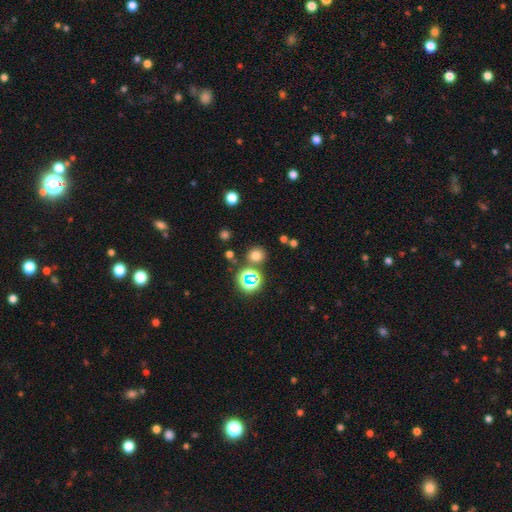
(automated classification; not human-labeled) This is likely a smooth galaxy (68%). How rounded: clearly round (85%). Merging: clearly none (80%).